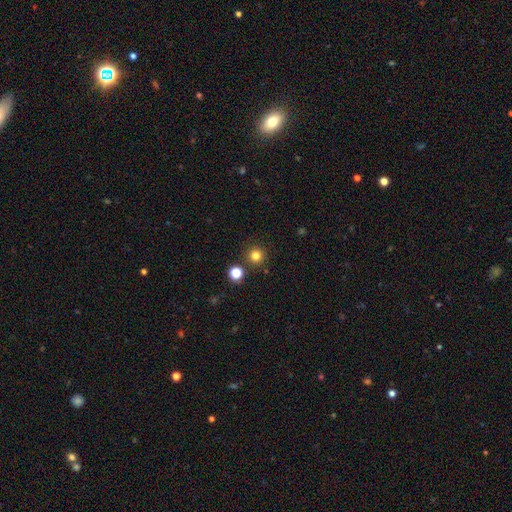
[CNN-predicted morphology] type=smooth (81%); roundness=round (96%); merging=none (88%).